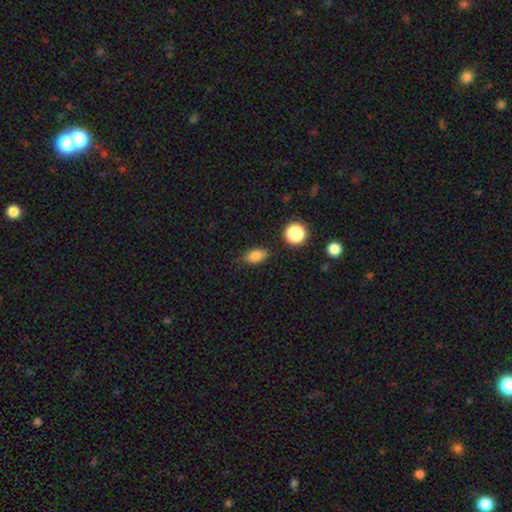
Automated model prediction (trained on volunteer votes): Morphology: type=smooth (81%); roundness=in between (83%); merging=none (82%).